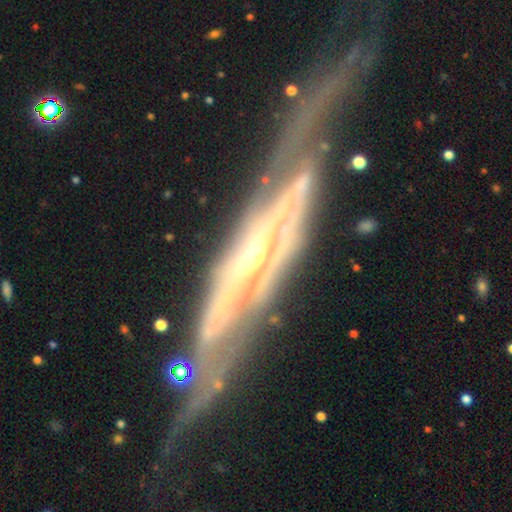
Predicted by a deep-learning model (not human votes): Smooth or featured: featured or disk — 87% (star or artifact — 7%)
Edge-on disk: yes — 58% (no — 42%)
Edge-on bulge: rounded — 54% (none — 37%)
Merging: none — 61% (minor disturbance — 19%)